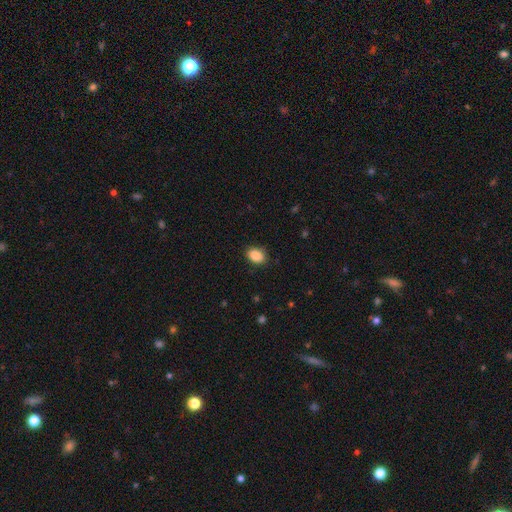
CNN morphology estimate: Overall: smooth (89%). How rounded: in between (82%). Merging: none (86%).